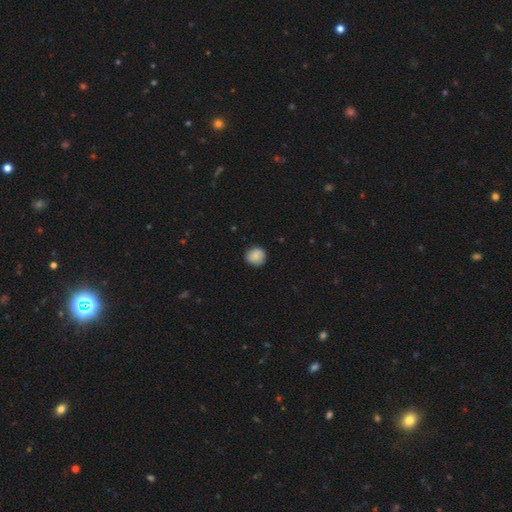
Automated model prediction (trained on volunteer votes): This is clearly a smooth galaxy (85%). How rounded: clearly round (89%). Merging: clearly none (86%).